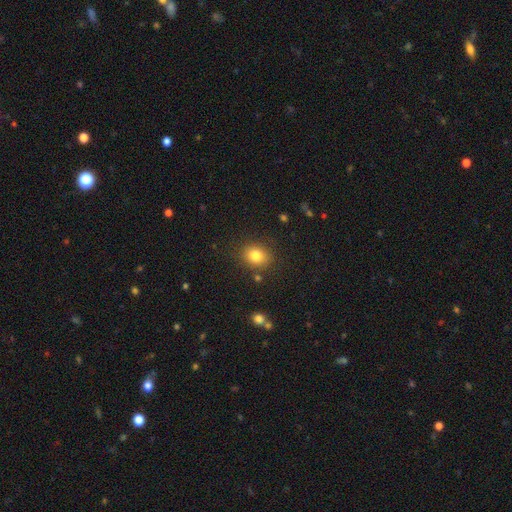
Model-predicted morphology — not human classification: Q: Smooth or featured?
A: smooth (82%); runner-up: star or artifact (11%)
Q: How rounded?
A: round (58%); runner-up: in between (41%)
Q: Merging?
A: none (84%); runner-up: minor disturbance (10%)